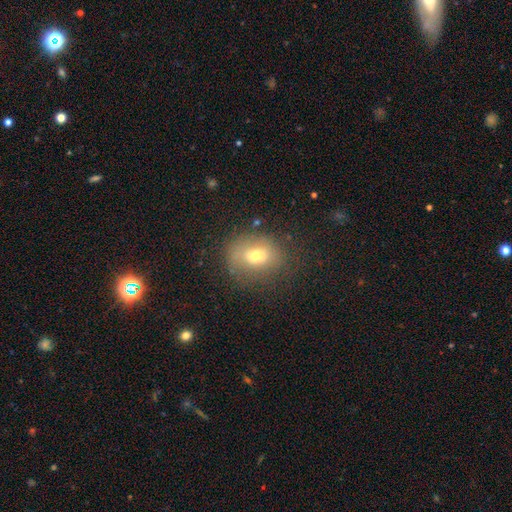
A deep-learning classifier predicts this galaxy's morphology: smooth-or-featured: smooth: 68% | featured or disk: 19% | star or artifact: 13%
  how-rounded: round: 53% | in between: 46% | cigar-shaped: 1%
  merging: none: 69% | minor disturbance: 20% | major disturbance: 9% | merger: 2%